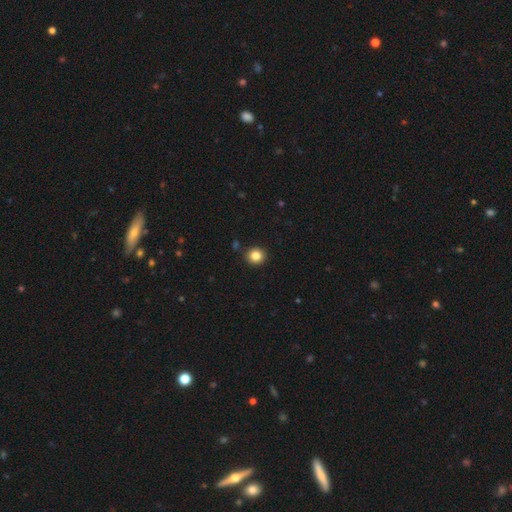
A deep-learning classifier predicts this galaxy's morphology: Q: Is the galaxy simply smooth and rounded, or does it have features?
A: smooth — 84%.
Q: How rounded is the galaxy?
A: round — 89%.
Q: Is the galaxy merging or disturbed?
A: none — 90%.